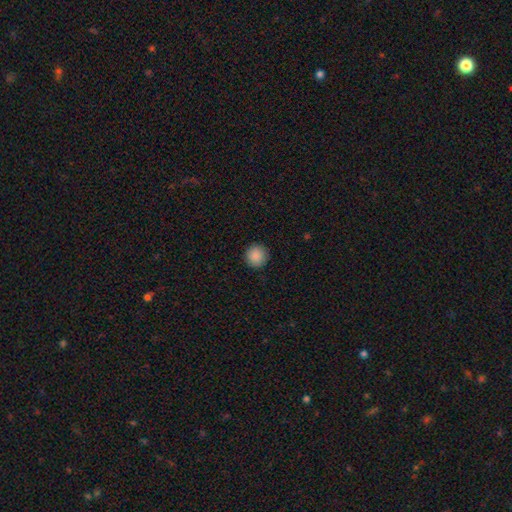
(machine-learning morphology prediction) The model was most divided on "smooth or featured": smooth: 89%, star or artifact: 8%, featured or disk: 3%. More confident: how rounded — round (95%); merging — none (92%).